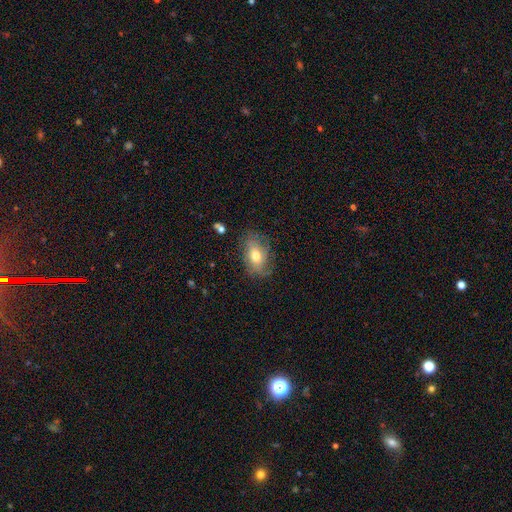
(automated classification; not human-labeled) smooth 50%, featured or disk 40%, star or artifact 10%. Down the decision tree: merging — none (66%).